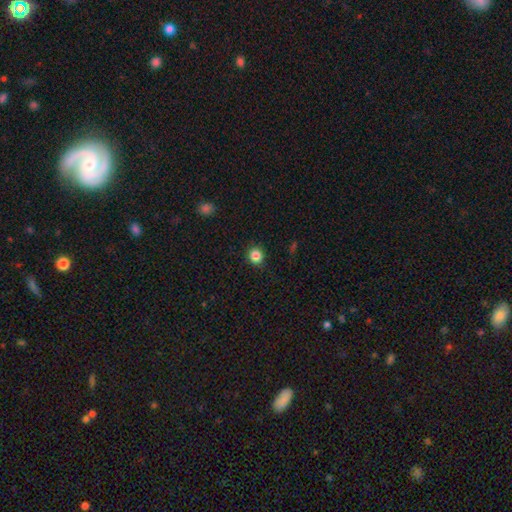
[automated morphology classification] smooth_or_featured: smooth (p=0.85) [alt: star or artifact p=0.11]
how_rounded: round (p=0.84) [alt: in between p=0.15]
merging: none (p=0.89) [alt: minor disturbance p=0.07]